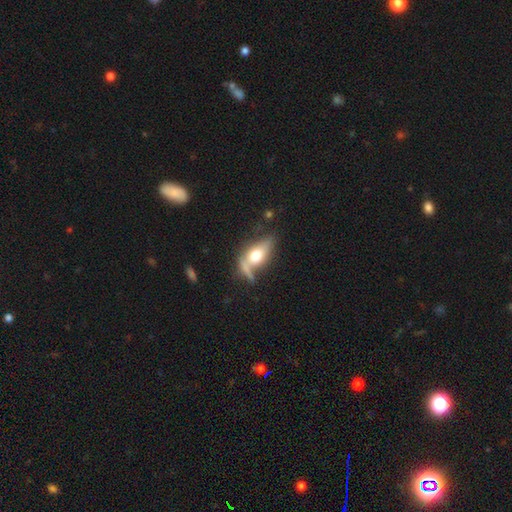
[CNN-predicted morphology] smooth-or-featured: smooth: 53% | featured or disk: 39% | star or artifact: 8%
  how-rounded: in between: 70% | cigar-shaped: 20% | round: 11%
  merging: none: 45% | minor disturbance: 21% | merger: 20% | major disturbance: 14%